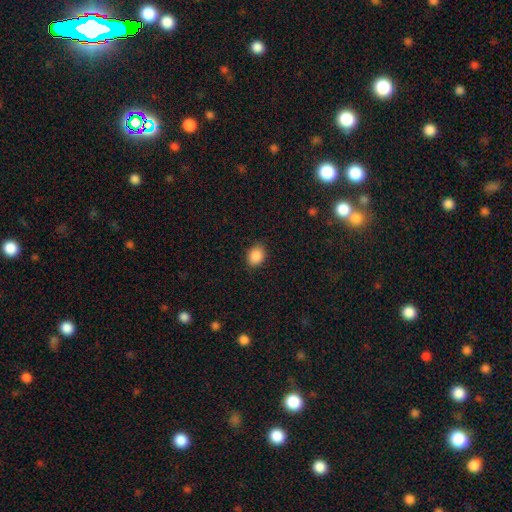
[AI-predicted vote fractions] A smooth galaxy with no disk features (88%) that is round (50%).

Vote fractions:
- Smooth or featured? smooth: 88% / star or artifact: 8% / featured or disk: 4%
- How rounded? round: 50% / in between: 49% / cigar-shaped: 1%
- Merging? none: 86% / minor disturbance: 11% / major disturbance: 3% / merger: 1%